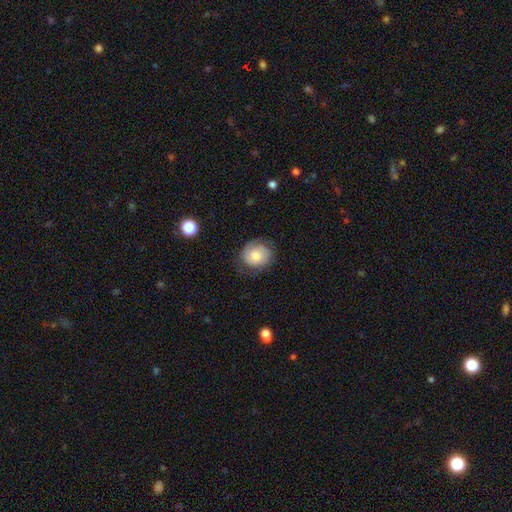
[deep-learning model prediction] Smooth or featured? Predicted: smooth (p=0.61). How rounded? Predicted: round (p=0.72). Merging? Predicted: none (p=0.66).